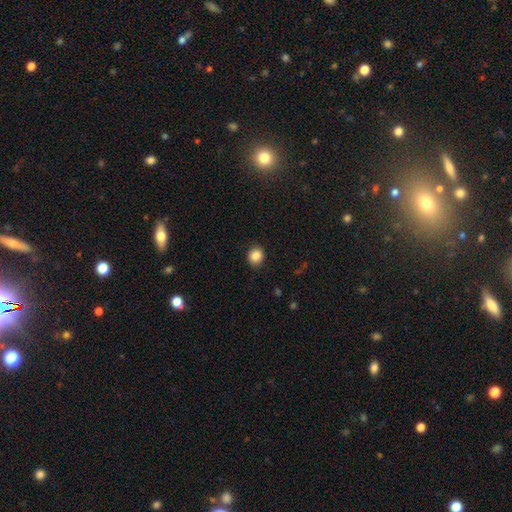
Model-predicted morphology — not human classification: type=smooth (87%); roundness=round (82%); merging=none (89%).